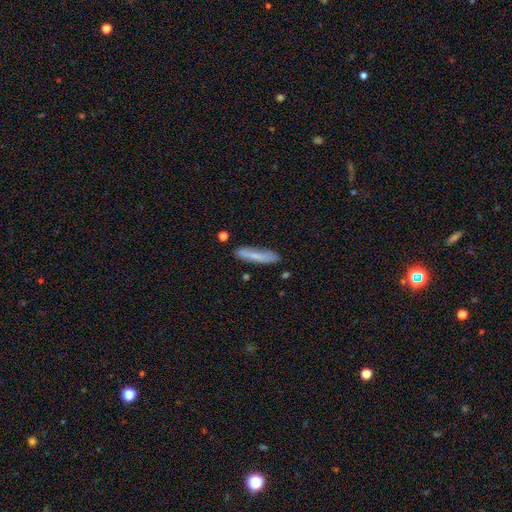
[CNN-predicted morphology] This is likely a smooth galaxy (72%). How rounded: clearly cigar-shaped (88%). Merging: likely none (75%).